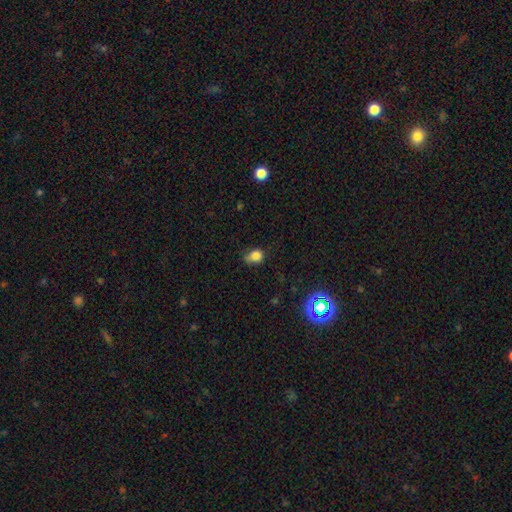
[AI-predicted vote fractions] A smooth galaxy with no disk features (81%) that is in between round and cigar-shaped (51%).

Vote fractions:
- Smooth or featured? smooth: 81% / star or artifact: 12% / featured or disk: 7%
- How rounded? in between: 51% / round: 47% / cigar-shaped: 1%
- Merging? none: 48% / minor disturbance: 37% / major disturbance: 12% / merger: 3%